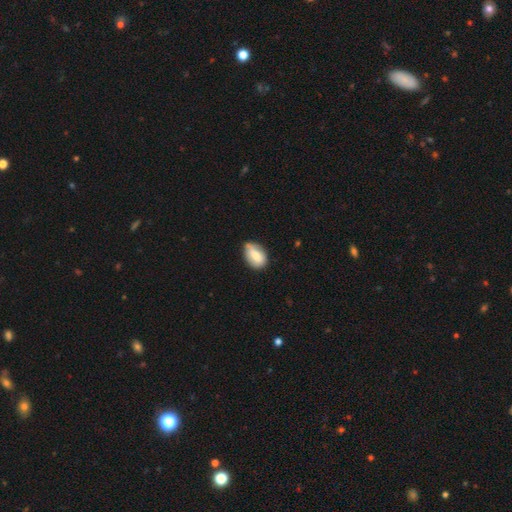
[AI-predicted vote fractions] smooth_or_featured: smooth (p=0.70) [alt: featured or disk p=0.23]
how_rounded: in between (p=0.84) [alt: round p=0.14]
merging: none (p=0.54) [alt: minor disturbance p=0.36]